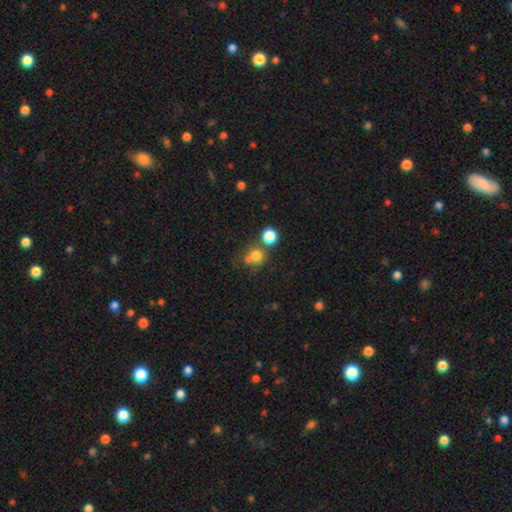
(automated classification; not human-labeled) A smooth galaxy with no disk features (72%) that is round (85%).

Vote fractions:
- Smooth or featured? smooth: 72% / star or artifact: 17% / featured or disk: 11%
- How rounded? round: 85% / in between: 14% / cigar-shaped: 1%
- Merging? none: 49% / merger: 36% / minor disturbance: 9% / major disturbance: 6%